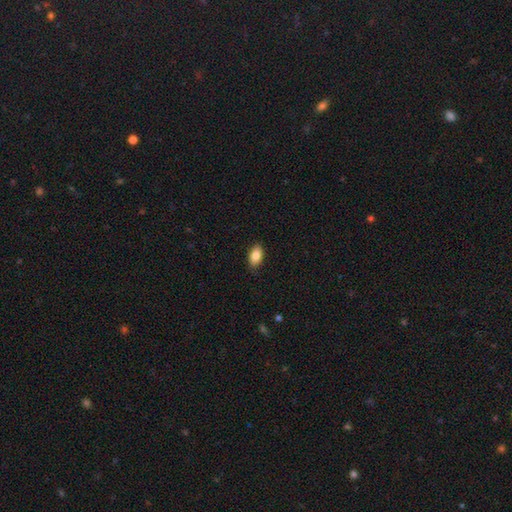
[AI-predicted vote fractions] smooth 86%, star or artifact 7%, featured or disk 7%. Down the decision tree: how rounded — in between (92%); merging — none (87%).